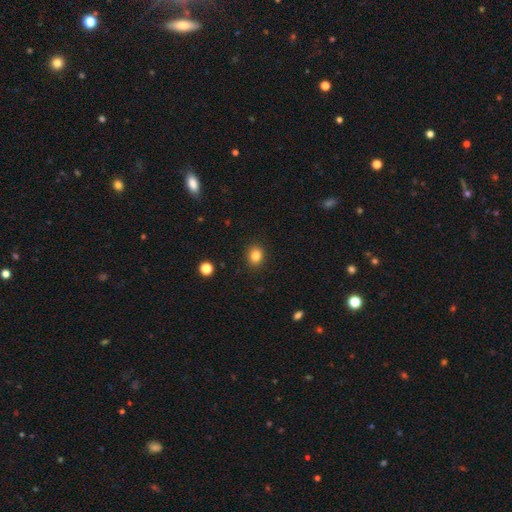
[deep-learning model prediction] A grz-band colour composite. It shows a smooth galaxy with no disk features (84%) that is round (62%). Merging: none (90%).